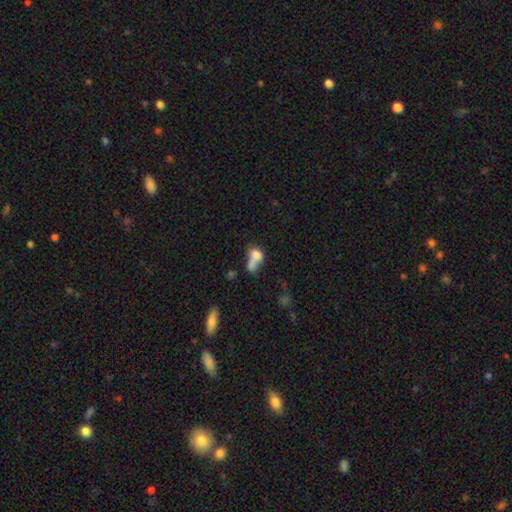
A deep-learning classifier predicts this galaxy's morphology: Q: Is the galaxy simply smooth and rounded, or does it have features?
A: smooth — 72%.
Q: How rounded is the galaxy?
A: in between — 60%.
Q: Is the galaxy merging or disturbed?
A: merger — 59%.